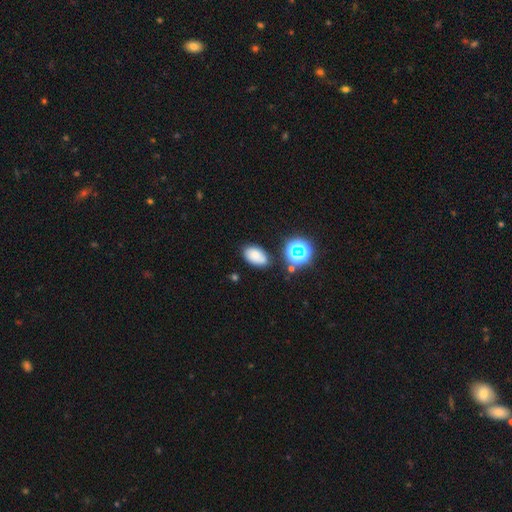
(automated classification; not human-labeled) Smooth or featured? Predicted: smooth (p=0.74). How rounded? Predicted: in between (p=0.90). Merging? Predicted: none (p=0.76).